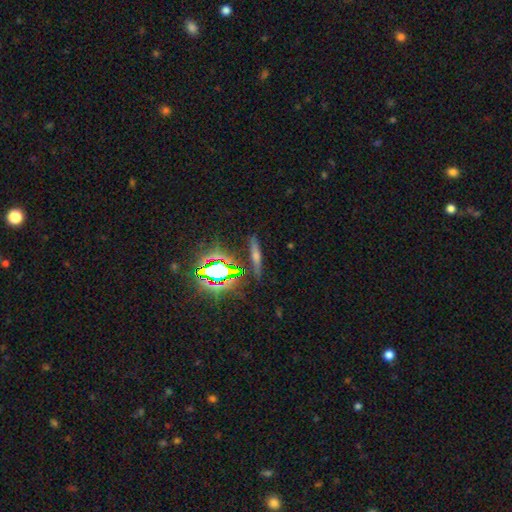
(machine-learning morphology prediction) smooth 37%, featured or disk 34%, star or artifact 29%. Down the decision tree: merging — none (84%).